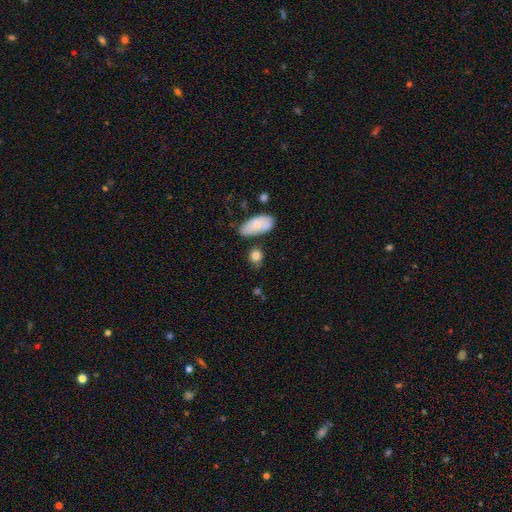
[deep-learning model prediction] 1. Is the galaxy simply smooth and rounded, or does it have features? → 81% smooth, 10% featured or disk, 8% star or artifact.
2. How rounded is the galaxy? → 60% round, 36% in between, 4% cigar-shaped.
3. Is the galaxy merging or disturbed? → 70% none, 18% minor disturbance, 7% merger, 5% major disturbance.